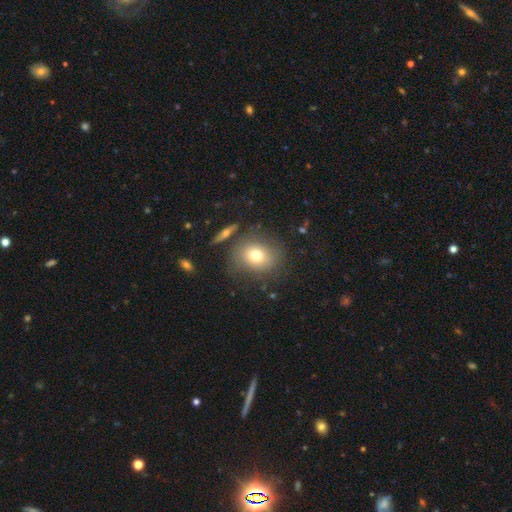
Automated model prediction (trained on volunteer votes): smooth-or-featured: smooth: 72% | featured or disk: 16% | star or artifact: 12%
  how-rounded: round: 69% | in between: 30% | cigar-shaped: 1%
  merging: none: 74% | minor disturbance: 14% | major disturbance: 6% | merger: 5%